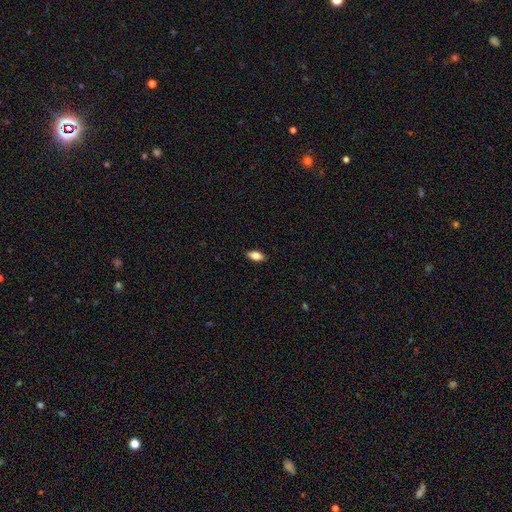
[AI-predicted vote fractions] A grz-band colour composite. It shows a smooth galaxy with no disk features (79%) that is in between round and cigar-shaped (87%). Merging: none (88%).